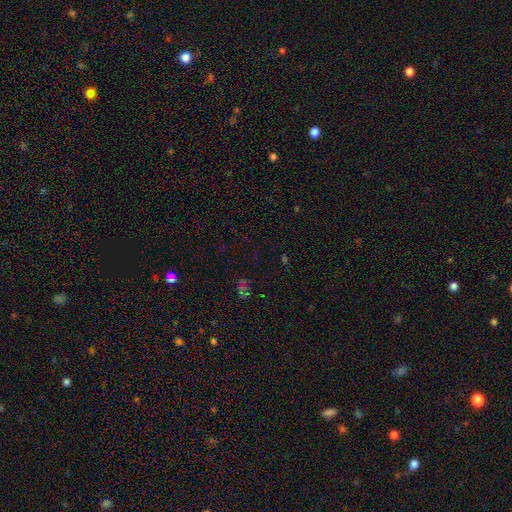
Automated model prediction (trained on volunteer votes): Overall: star or artifact (63%; smooth 28%).